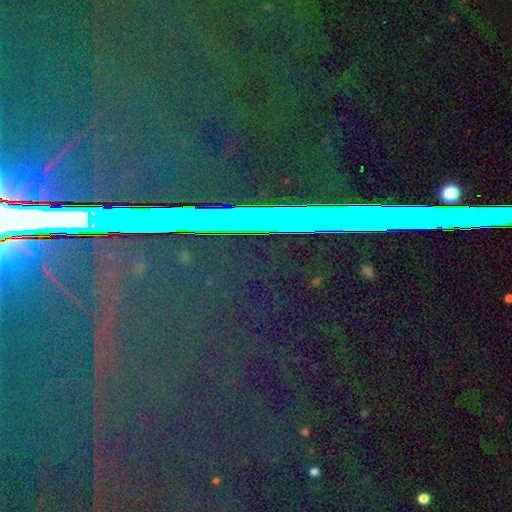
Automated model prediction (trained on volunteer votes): Q: Smooth or featured?
A: star or artifact (84%); runner-up: featured or disk (8%)